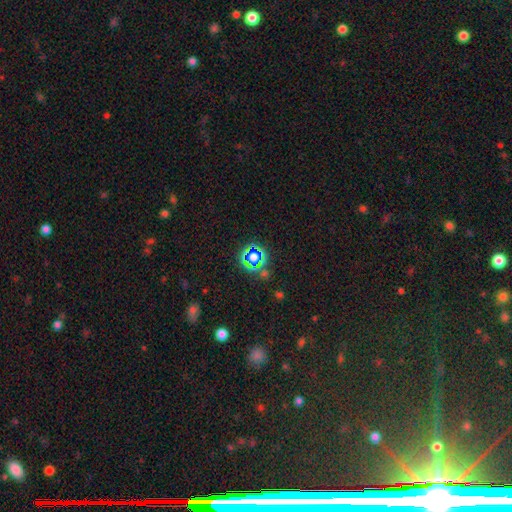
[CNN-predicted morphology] star or artifact 59%, smooth 32%, featured or disk 9%.